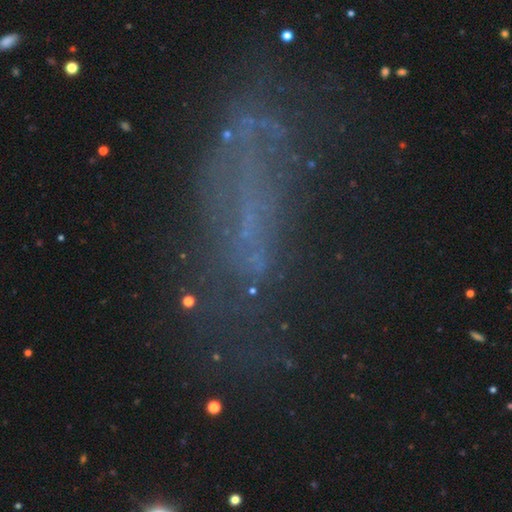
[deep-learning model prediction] This is possibly a featured or disk galaxy (45%). Merging: possibly none (48%).